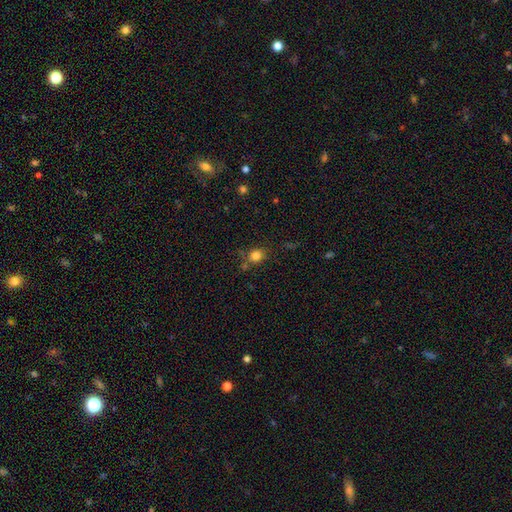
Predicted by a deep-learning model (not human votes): smooth-or-featured: smooth: 82% | star or artifact: 13% | featured or disk: 6%
  how-rounded: round: 76% | in between: 23% | cigar-shaped: 1%
  merging: none: 72% | minor disturbance: 14% | merger: 9% | major disturbance: 5%